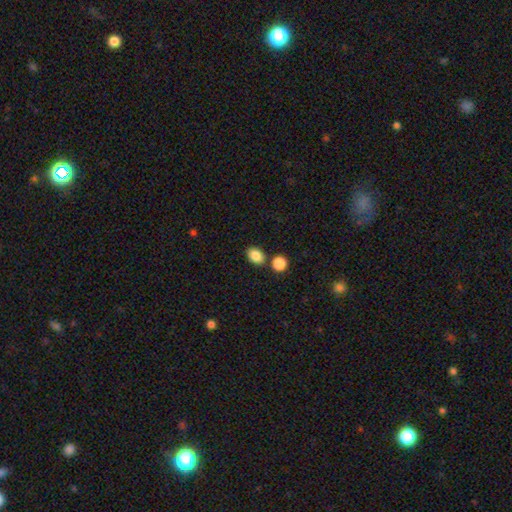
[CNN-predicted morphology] Smooth or featured: smooth — 86% (star or artifact — 9%)
How rounded: in between — 72% (round — 27%)
Merging: none — 76% (merger — 12%)